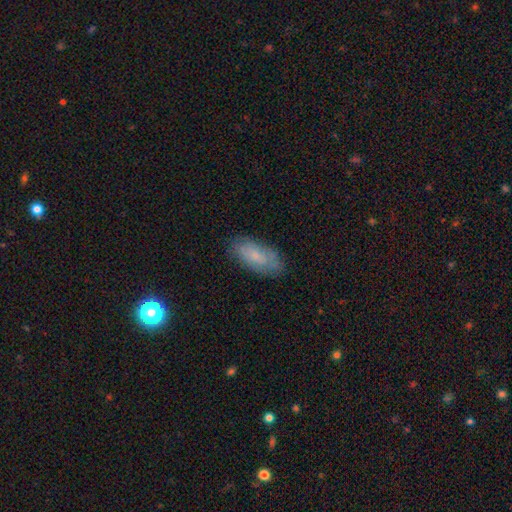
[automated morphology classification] Smooth or featured? Predicted: smooth (p=0.69). How rounded? Predicted: in between (p=0.87). Merging? Predicted: none (p=0.78).